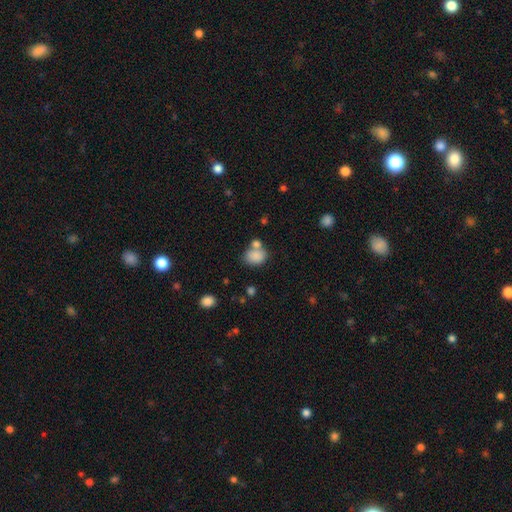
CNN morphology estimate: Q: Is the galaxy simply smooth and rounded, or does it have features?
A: smooth — 84%.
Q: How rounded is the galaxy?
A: in between — 59%.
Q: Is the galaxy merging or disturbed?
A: none — 49%.